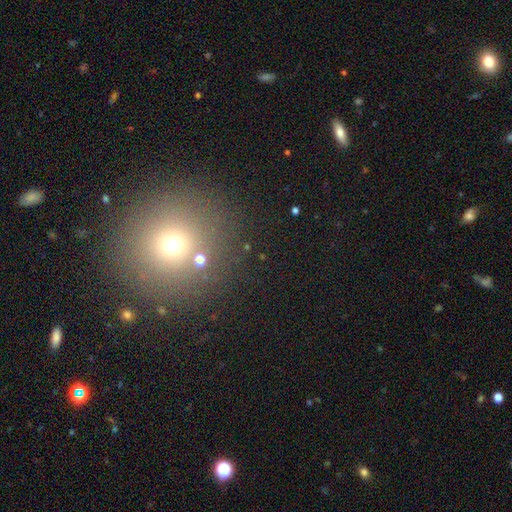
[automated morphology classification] Smooth or featured?
  - smooth: 56% *
  - star or artifact: 35%
  - featured or disk: 9%
How rounded?
  - round: 93% *
  - in between: 6%
  - cigar-shaped: 1%
Merging?
  - none: 85% *
  - minor disturbance: 7%
  - merger: 6%
  - major disturbance: 3%